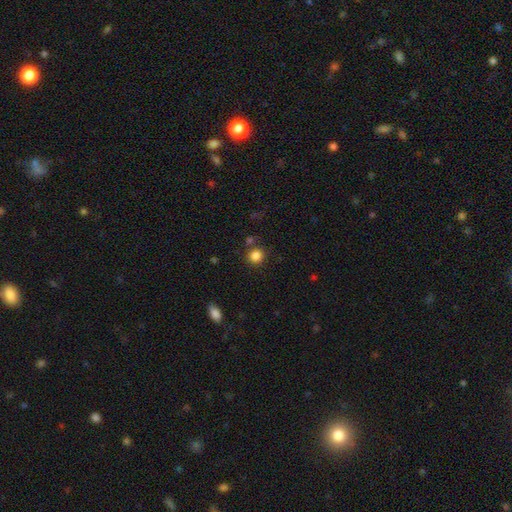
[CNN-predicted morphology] A smooth galaxy with no disk features (84%) that is round (90%). Merging: none (81%).